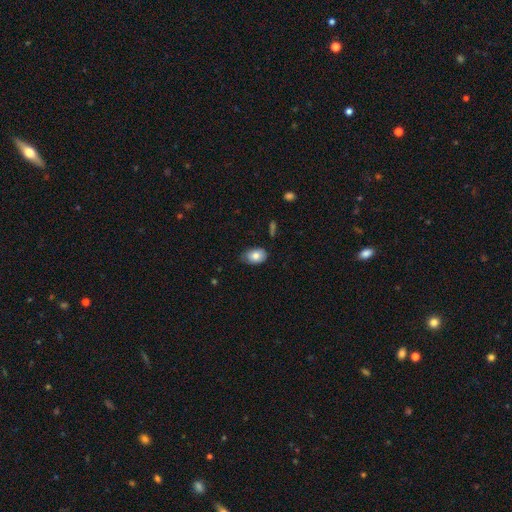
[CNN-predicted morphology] type=smooth (79%); roundness=in between (83%); merging=none (71%).